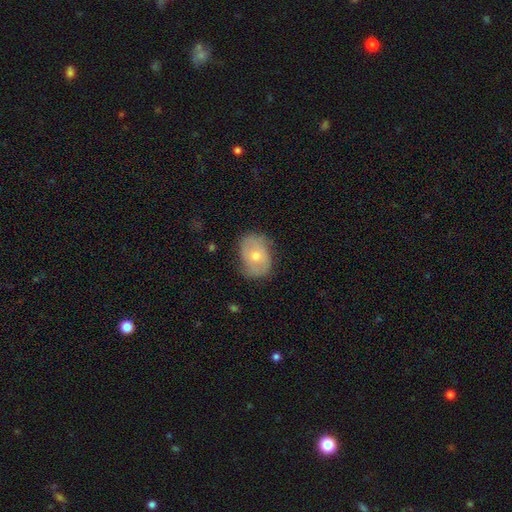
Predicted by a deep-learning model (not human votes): A smooth galaxy with no disk features (49%). Merging: none (73%).